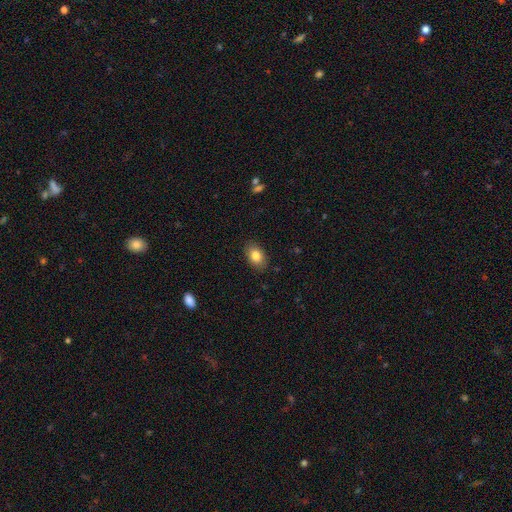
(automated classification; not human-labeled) Overall: smooth (83%). How rounded: in between (85%). Merging: none (87%).